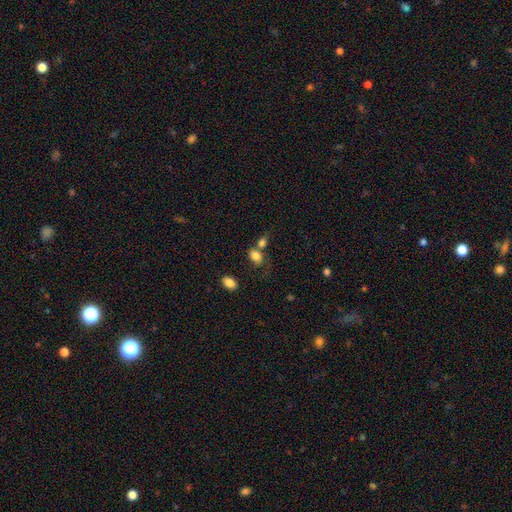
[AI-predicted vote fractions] Smooth or featured? smooth (82%)
How rounded? in between (78%)
Merging? merger (36%, tied with none)